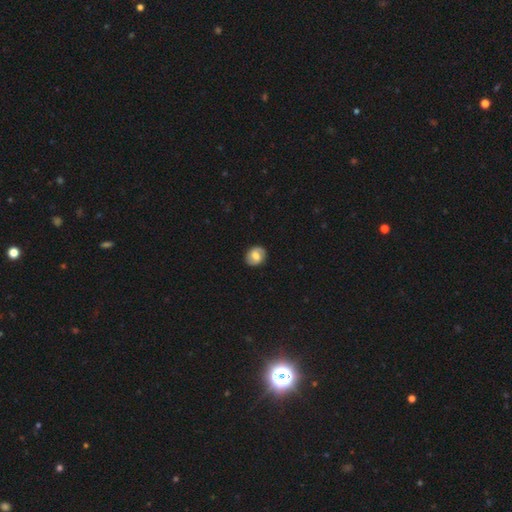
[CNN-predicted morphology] A smooth galaxy with no disk features (49%).

Vote fractions:
- Smooth or featured? smooth: 49% / featured or disk: 43% / star or artifact: 8%
- Merging? none: 86% / minor disturbance: 10% / major disturbance: 3% / merger: 1%